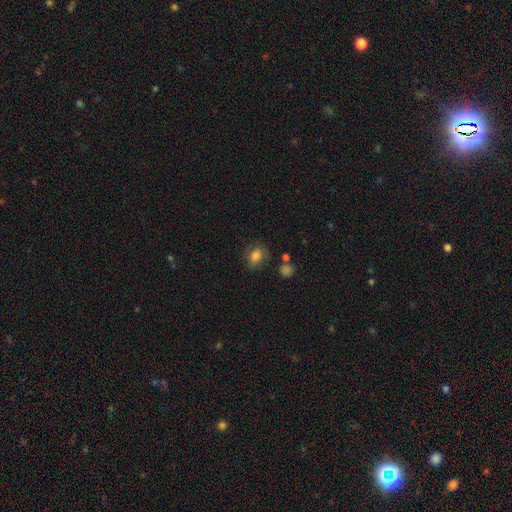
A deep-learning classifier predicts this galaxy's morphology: This appears to be a smooth galaxy with no disk features (80%) that is in between round and cigar-shaped (61%). Merging: none (69%).